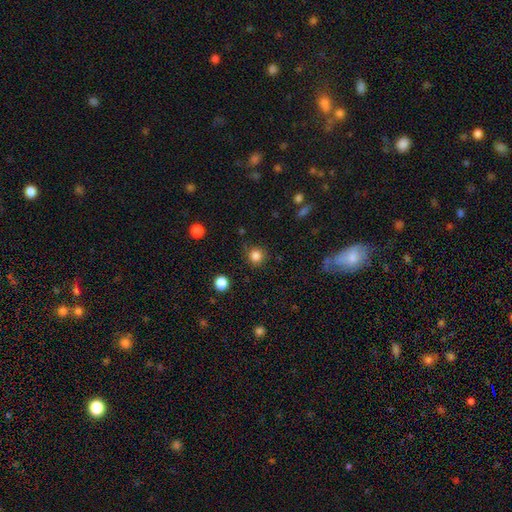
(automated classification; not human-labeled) Q: Smooth or featured?
A: smooth (83%); runner-up: star or artifact (13%)
Q: How rounded?
A: round (92%); runner-up: in between (7%)
Q: Merging?
A: none (84%); runner-up: minor disturbance (11%)